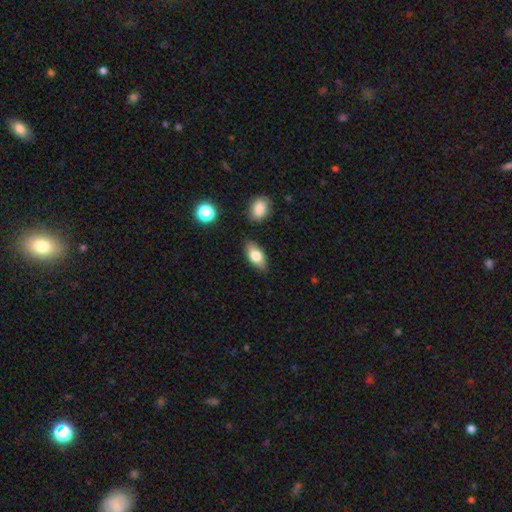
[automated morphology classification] This is likely a smooth galaxy (74%). How rounded: clearly in between (87%). Merging: clearly none (81%).